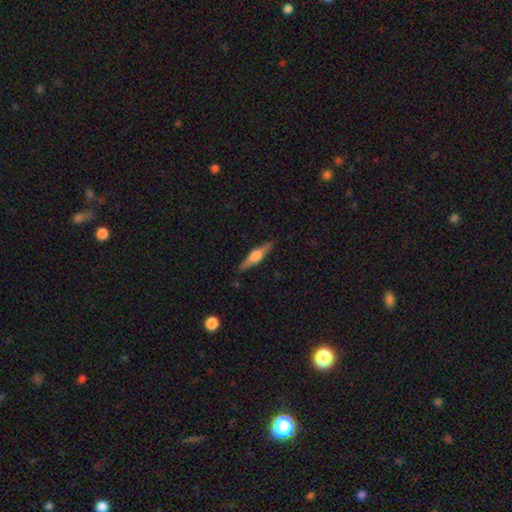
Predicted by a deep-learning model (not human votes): The model was most divided on "smooth or featured": featured or disk: 64%, smooth: 30%, star or artifact: 6%. More confident: edge-on disk — yes (97%); merging — none (88%); edge-on bulge — rounded (87%).